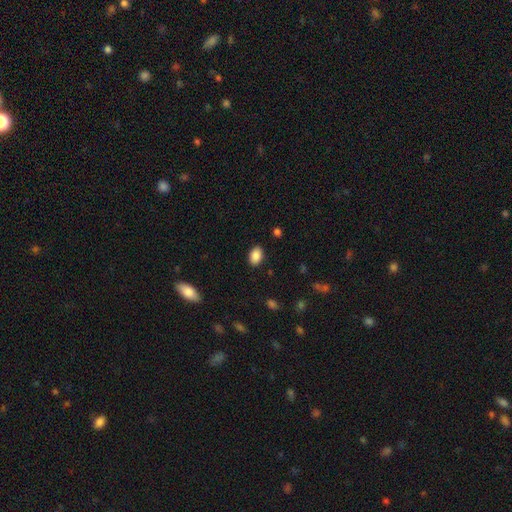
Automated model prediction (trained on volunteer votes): Overall: smooth (88%). How rounded: in between (83%). Merging: none (87%).